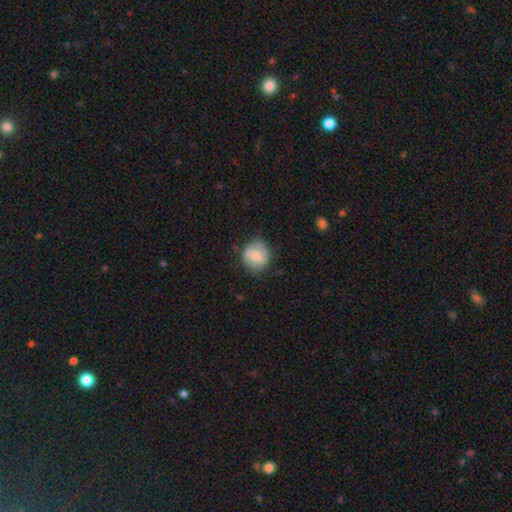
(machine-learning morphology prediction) A smooth galaxy with no disk features (64%) that is round (85%).

Vote fractions:
- Smooth or featured? smooth: 64% / featured or disk: 29% / star or artifact: 7%
- How rounded? round: 85% / in between: 14% / cigar-shaped: 1%
- Merging? none: 75% / minor disturbance: 19% / major disturbance: 5% / merger: 1%